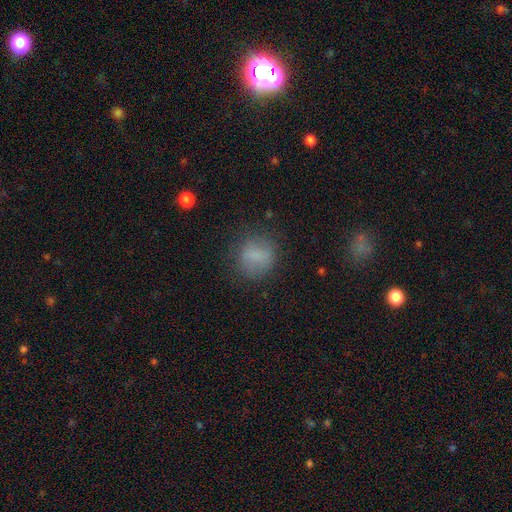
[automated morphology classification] A smooth galaxy with no disk features (77%) that is round (76%). Merging: none (75%).